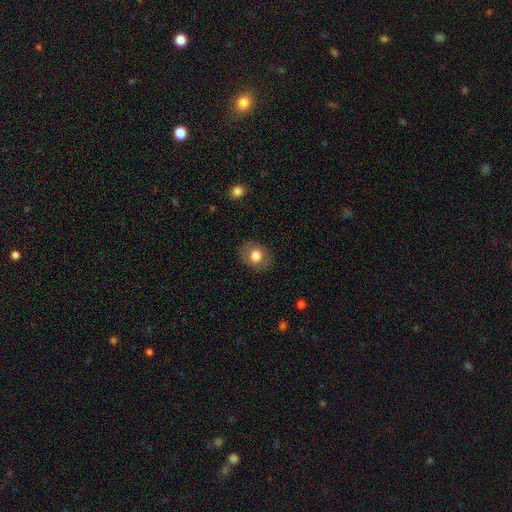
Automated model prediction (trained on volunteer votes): The model was most divided on "how rounded": round: 58%, in between: 41%, cigar-shaped: 1%. More confident: merging — none (85%); smooth or featured — smooth (76%).